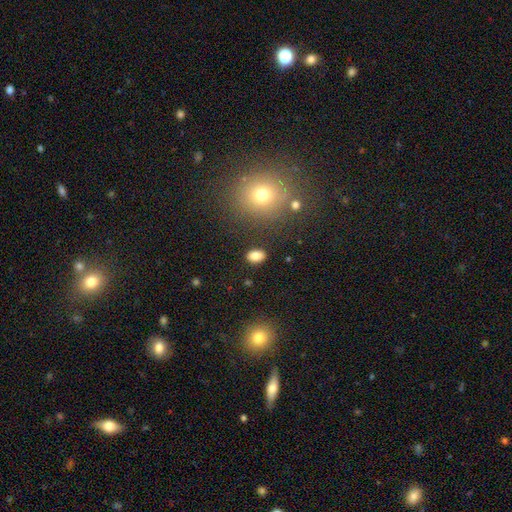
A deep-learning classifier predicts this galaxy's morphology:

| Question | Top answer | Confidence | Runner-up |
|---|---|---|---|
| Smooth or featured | smooth | 82% | star or artifact (11%) |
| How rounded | in between | 79% | round (19%) |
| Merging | none | 84% | minor disturbance (10%) |